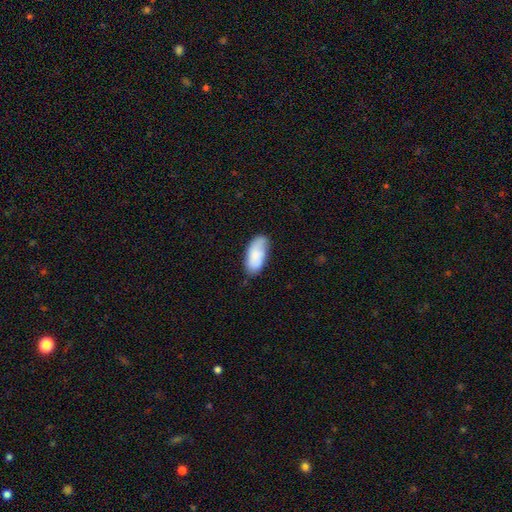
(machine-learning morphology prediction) This appears to be a smooth galaxy with no disk features (78%) that is in between round and cigar-shaped (92%). Merging: none (60%).